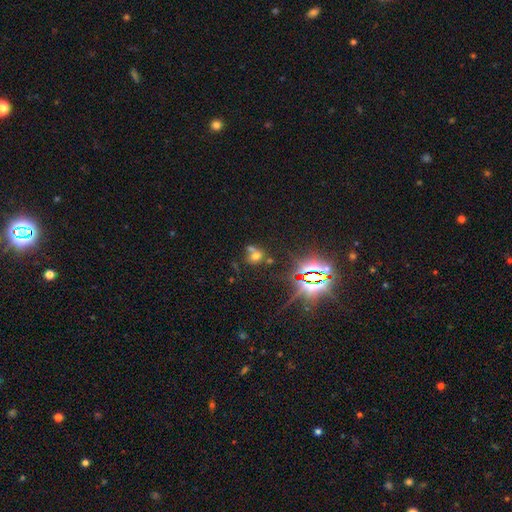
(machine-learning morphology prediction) smooth-or-featured: smooth: 50% | star or artifact: 31% | featured or disk: 19%
  how-rounded: round: 63% | in between: 35% | cigar-shaped: 2%
  merging: merger: 44% | none: 38% | minor disturbance: 11% | major disturbance: 7%